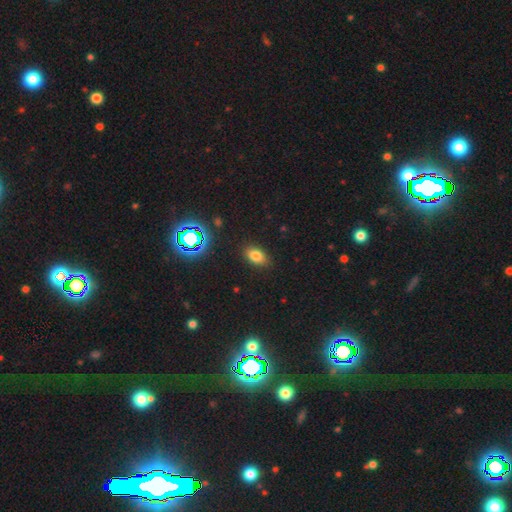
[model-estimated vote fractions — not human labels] Q: Smooth or featured?
A: smooth (76%); runner-up: star or artifact (16%)
Q: How rounded?
A: in between (84%); runner-up: round (14%)
Q: Merging?
A: none (86%); runner-up: minor disturbance (10%)